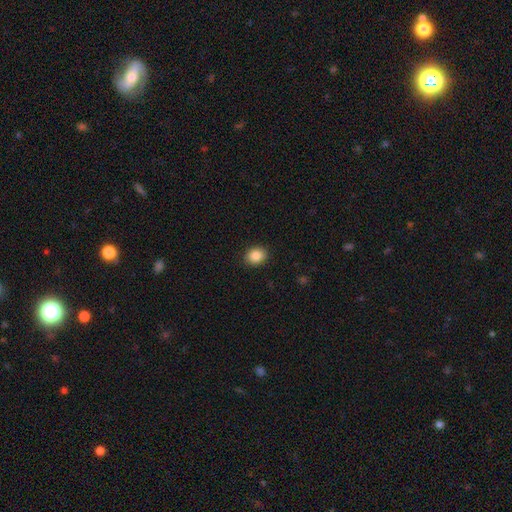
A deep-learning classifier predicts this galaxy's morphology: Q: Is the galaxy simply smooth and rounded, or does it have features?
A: smooth — 87%.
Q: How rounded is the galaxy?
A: round — 50%.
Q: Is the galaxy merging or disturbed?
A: none — 90%.